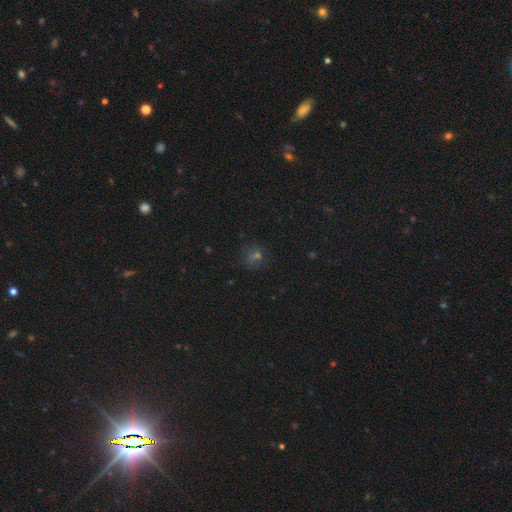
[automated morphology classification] This appears to be a smooth galaxy with no disk features (52%) that is round (79%). Merging: none (76%).